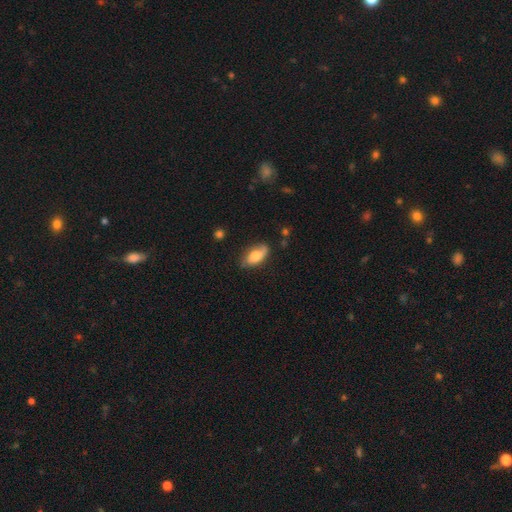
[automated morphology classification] Smooth or featured: smooth — 69% (featured or disk — 24%)
How rounded: in between — 90% (cigar-shaped — 6%)
Merging: none — 71% (minor disturbance — 23%)